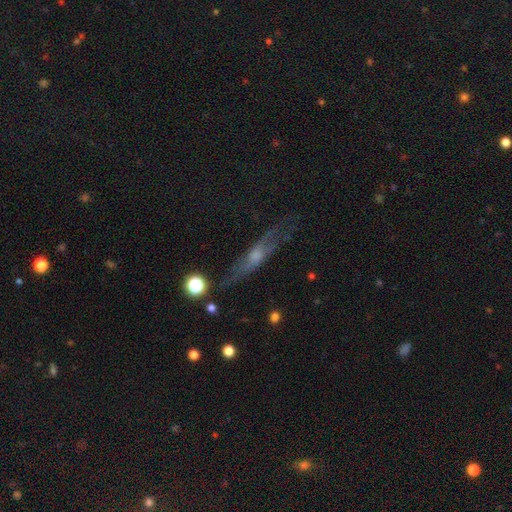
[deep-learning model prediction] A featured or disk galaxy (61%) viewed edge-on (71%).

Vote fractions:
- Smooth or featured? featured or disk: 61% / smooth: 28% / star or artifact: 11%
- Edge-on disk? yes: 71% / no: 29%
- Merging? none: 68% / minor disturbance: 19% / major disturbance: 10% / merger: 3%